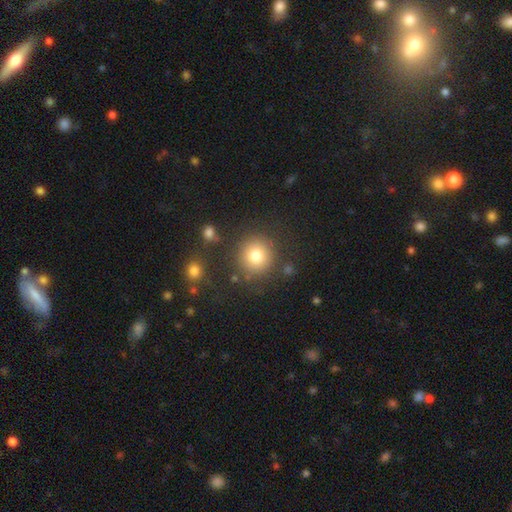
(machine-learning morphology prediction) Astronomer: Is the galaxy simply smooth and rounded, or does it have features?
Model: smooth — 79%.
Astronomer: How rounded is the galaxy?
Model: round — 93%.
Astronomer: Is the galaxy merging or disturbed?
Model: none — 83%.